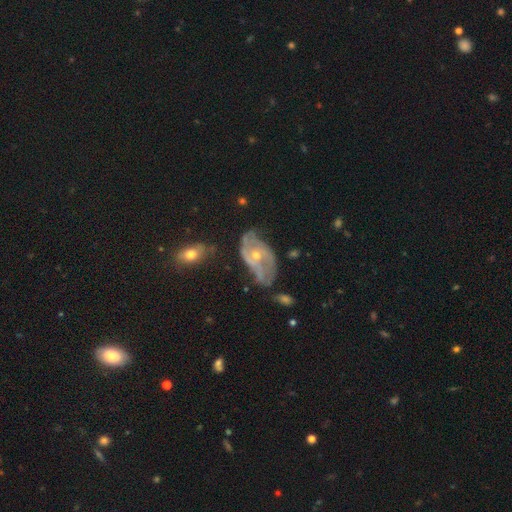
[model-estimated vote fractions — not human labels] A featured or disk galaxy (78%) with no bar (67%), 2 (45%) medium (40%) spiral arms (82%) and a small central bulge (57%). Merging: none (44%).